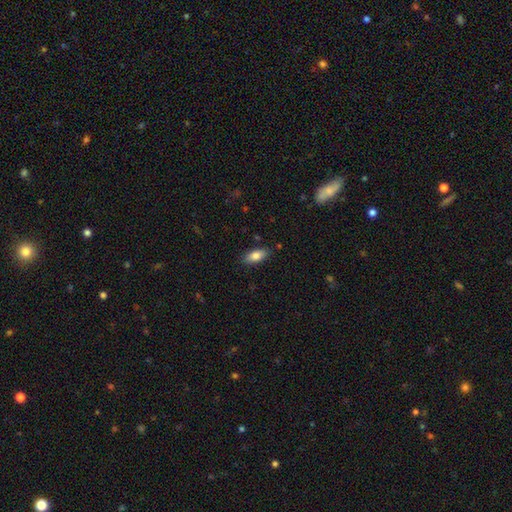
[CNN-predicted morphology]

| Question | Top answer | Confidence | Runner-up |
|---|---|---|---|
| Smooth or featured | smooth | 81% | featured or disk (12%) |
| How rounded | in between | 84% | cigar-shaped (14%) |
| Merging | none | 85% | minor disturbance (11%) |